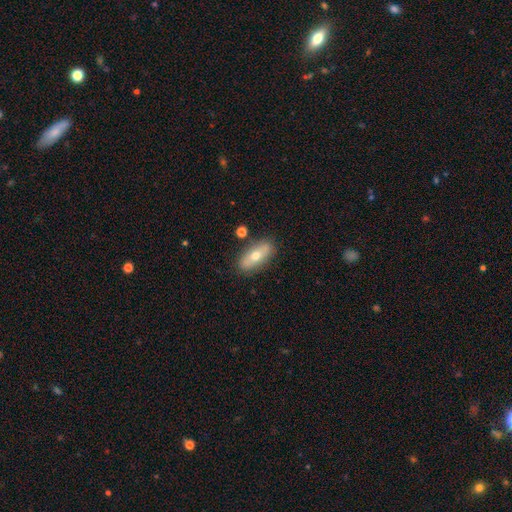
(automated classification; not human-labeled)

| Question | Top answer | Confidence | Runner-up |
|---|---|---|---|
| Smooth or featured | smooth | 57% | featured or disk (36%) |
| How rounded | in between | 75% | cigar-shaped (22%) |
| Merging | none | 82% | minor disturbance (11%) |